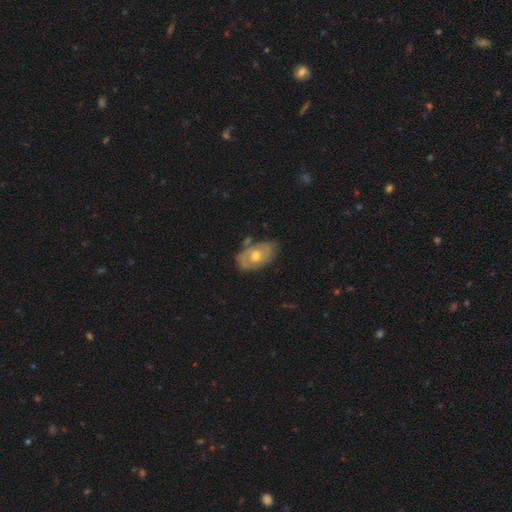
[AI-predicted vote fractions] Smooth or featured: featured or disk — 61% (smooth — 33%)
Edge-on disk: no — 93% (yes — 7%)
Bar: no — 78% (weak — 18%)
Spiral arms: yes — 64% (no — 36%)
Bulge size: moderate — 73% (small — 21%)
Merging: none — 69% (minor disturbance — 22%)